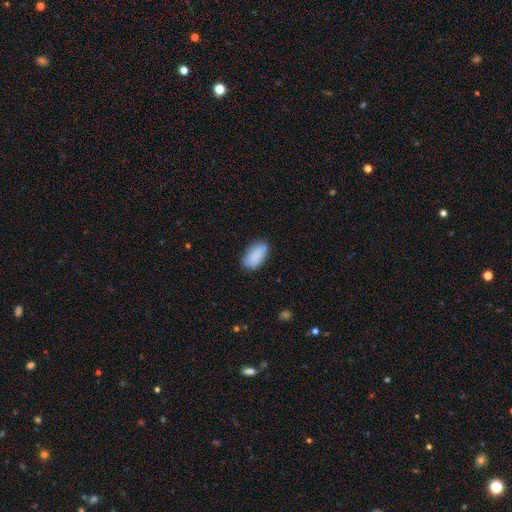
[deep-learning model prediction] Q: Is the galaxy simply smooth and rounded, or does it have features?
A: smooth — 86%.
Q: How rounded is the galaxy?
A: in between — 94%.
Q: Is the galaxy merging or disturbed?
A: none — 73%.